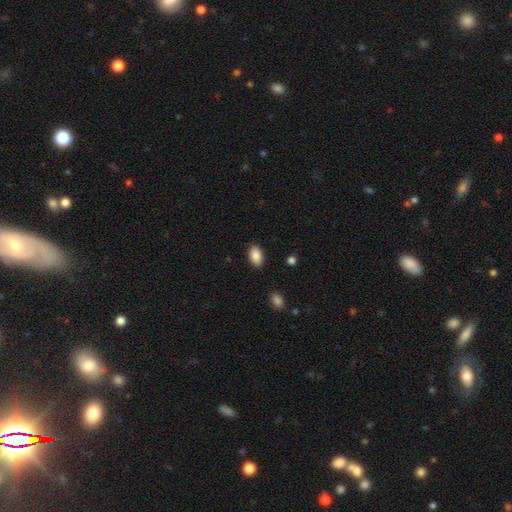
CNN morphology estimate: Smooth or featured: smooth — 88% (star or artifact — 7%)
How rounded: in between — 91% (round — 8%)
Merging: none — 87% (minor disturbance — 9%)